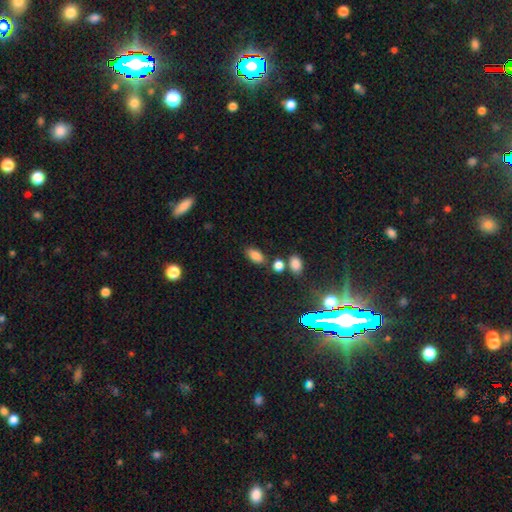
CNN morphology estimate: smooth 82%, star or artifact 12%, featured or disk 6%. Down the decision tree: how rounded — in between (89%); merging — none (74%).